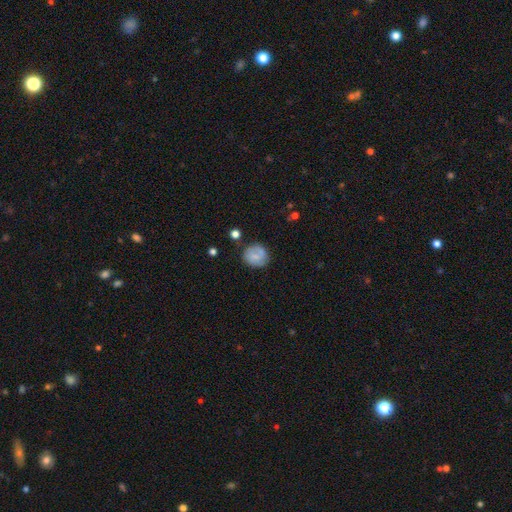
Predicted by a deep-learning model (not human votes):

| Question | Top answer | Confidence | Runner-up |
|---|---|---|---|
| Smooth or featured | smooth | 63% | featured or disk (28%) |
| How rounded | round | 82% | in between (17%) |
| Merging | none | 73% | minor disturbance (18%) |